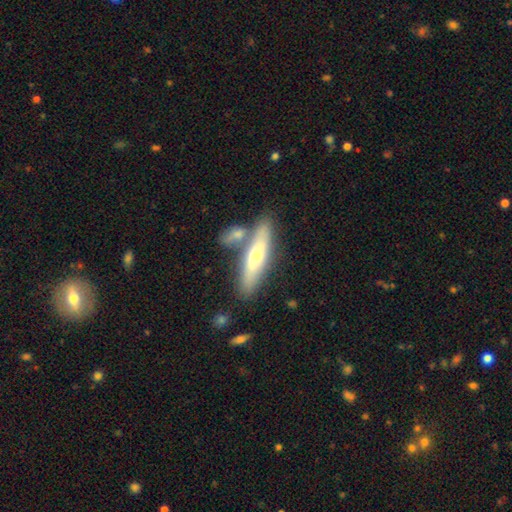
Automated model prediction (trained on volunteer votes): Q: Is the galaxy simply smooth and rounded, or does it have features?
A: smooth — 47%.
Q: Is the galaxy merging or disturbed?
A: none — 68%.